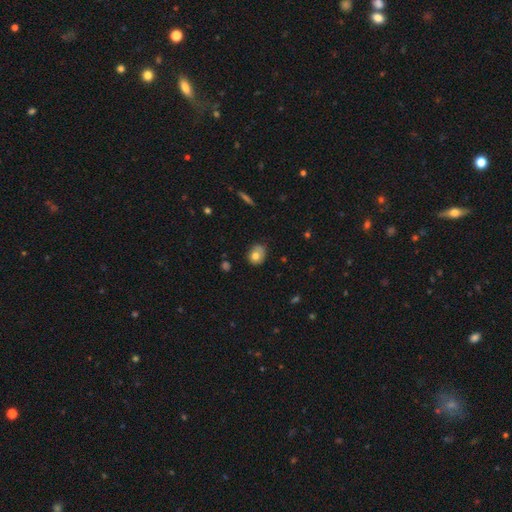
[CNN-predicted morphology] Smooth or featured? Predicted: smooth (p=0.75). How rounded? Predicted: round (p=0.55). Merging? Predicted: none (p=0.60).